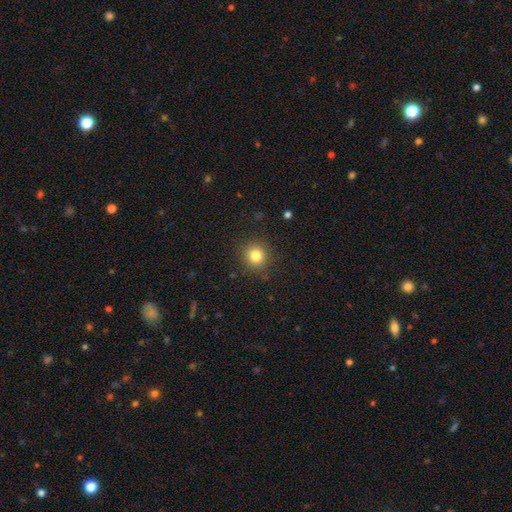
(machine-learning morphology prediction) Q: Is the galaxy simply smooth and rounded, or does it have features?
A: smooth — 81%.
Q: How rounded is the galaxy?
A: round — 92%.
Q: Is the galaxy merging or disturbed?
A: none — 89%.